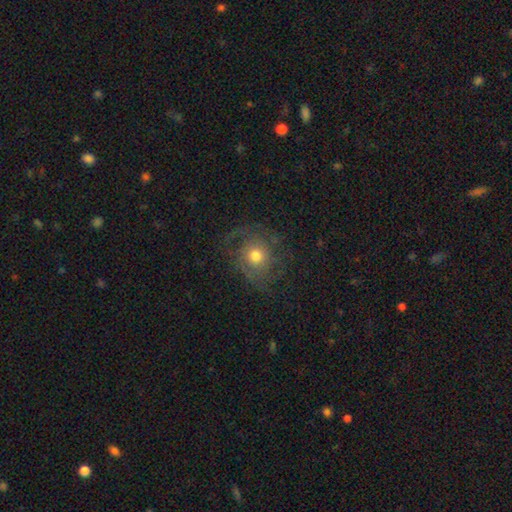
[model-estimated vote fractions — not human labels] Morphology: type=featured or disk (54%); edge-on=no (96%); bar=no (84%); spiral arms=yes (70%); bulge=moderate (69%); merging=none (64%).